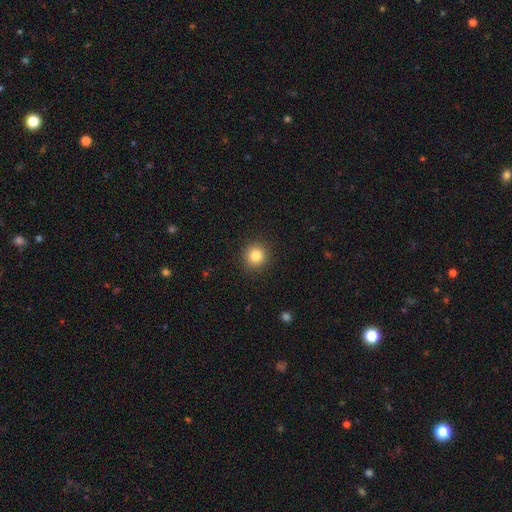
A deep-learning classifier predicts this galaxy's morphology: Overall: smooth (83%). How rounded: round (91%). Merging: none (90%).